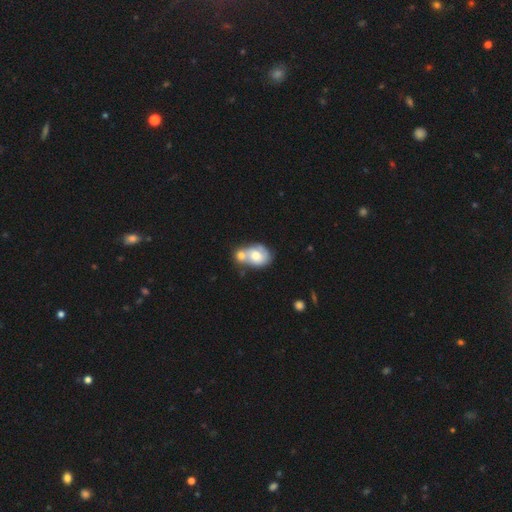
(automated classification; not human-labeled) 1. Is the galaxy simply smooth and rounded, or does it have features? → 58% smooth, 35% featured or disk, 7% star or artifact.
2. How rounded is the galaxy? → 64% in between, 35% round, 1% cigar-shaped.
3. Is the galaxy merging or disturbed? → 64% merger, 20% none, 11% minor disturbance, 5% major disturbance.